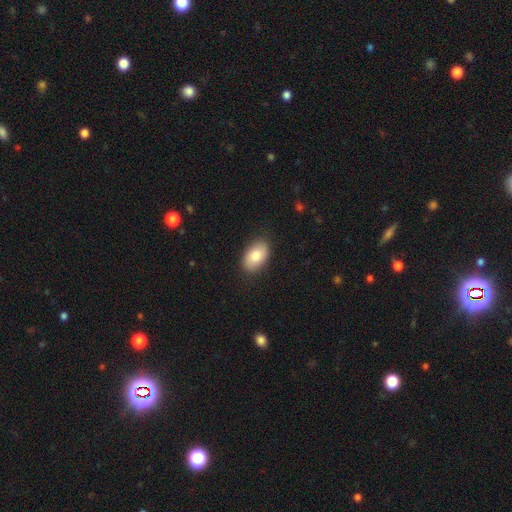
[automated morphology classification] Overall: smooth (81%). How rounded: in between (92%). Merging: none (87%).